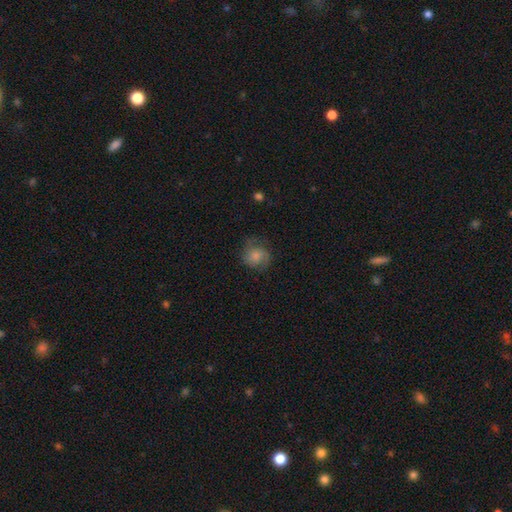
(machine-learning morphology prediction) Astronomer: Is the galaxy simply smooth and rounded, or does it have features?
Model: smooth — 66%.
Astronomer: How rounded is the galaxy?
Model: round — 79%.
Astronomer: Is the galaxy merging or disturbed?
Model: none — 65%.